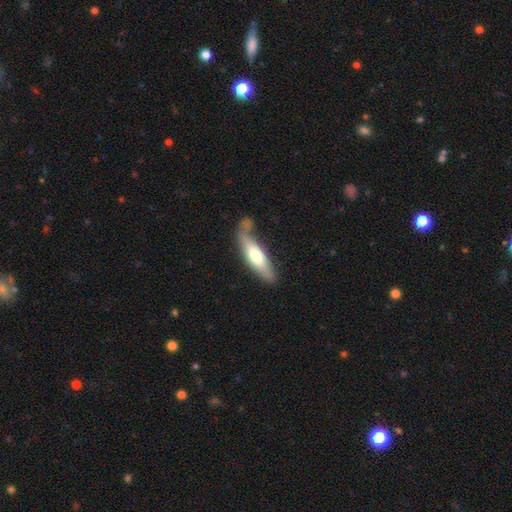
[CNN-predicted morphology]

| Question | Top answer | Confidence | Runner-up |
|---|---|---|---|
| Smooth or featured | smooth | 59% | featured or disk (36%) |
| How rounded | cigar-shaped | 62% | in between (36%) |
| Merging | none | 53% | minor disturbance (23%) |